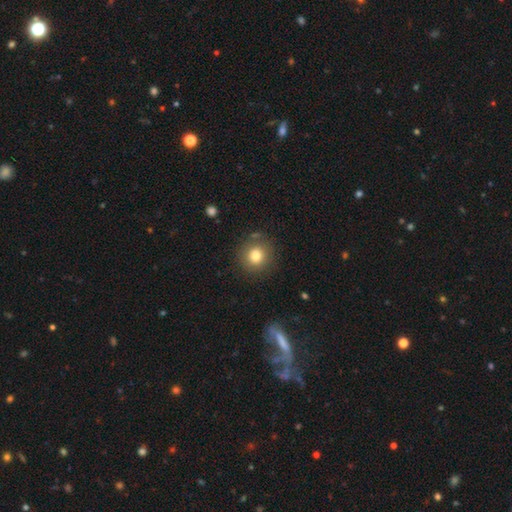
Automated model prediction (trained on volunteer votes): Q: Smooth or featured?
A: smooth (79%); runner-up: star or artifact (11%)
Q: How rounded?
A: round (91%); runner-up: in between (8%)
Q: Merging?
A: none (84%); runner-up: minor disturbance (9%)